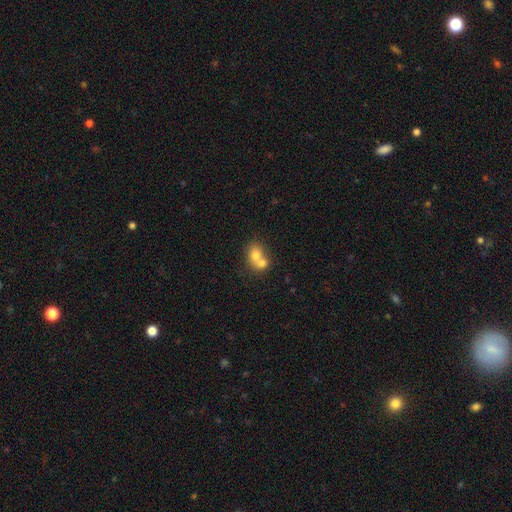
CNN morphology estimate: smooth_or_featured: smooth (p=0.71) [alt: featured or disk p=0.19]
how_rounded: round (p=0.58) [alt: in between p=0.41]
merging: merger (p=0.68) [alt: none p=0.24]